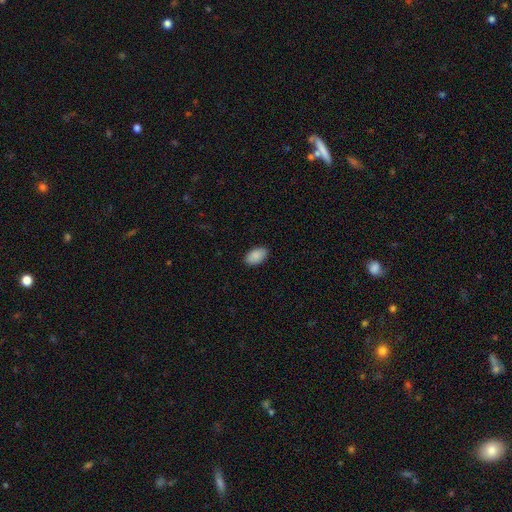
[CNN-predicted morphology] smooth-or-featured: smooth: 90% | star or artifact: 6% | featured or disk: 4%
  how-rounded: in between: 94% | round: 4% | cigar-shaped: 1%
  merging: none: 89% | minor disturbance: 9% | major disturbance: 2% | merger: 1%